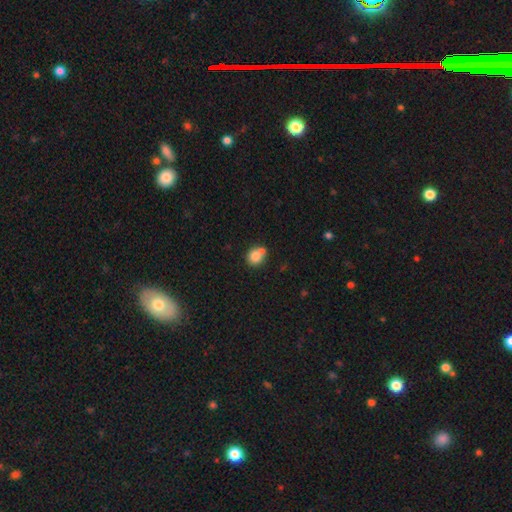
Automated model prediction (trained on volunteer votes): Morphology: type=smooth (80%); roundness=round (80%); merging=none (48%).